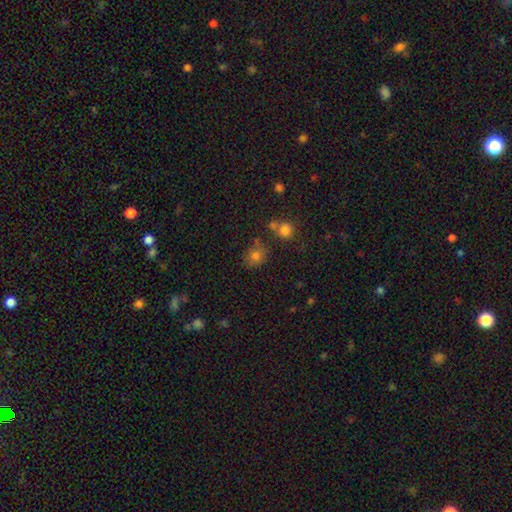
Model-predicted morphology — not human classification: smooth-or-featured: smooth: 77% | star or artifact: 15% | featured or disk: 9%
  how-rounded: round: 69% | in between: 30% | cigar-shaped: 1%
  merging: none: 68% | minor disturbance: 16% | merger: 11% | major disturbance: 5%